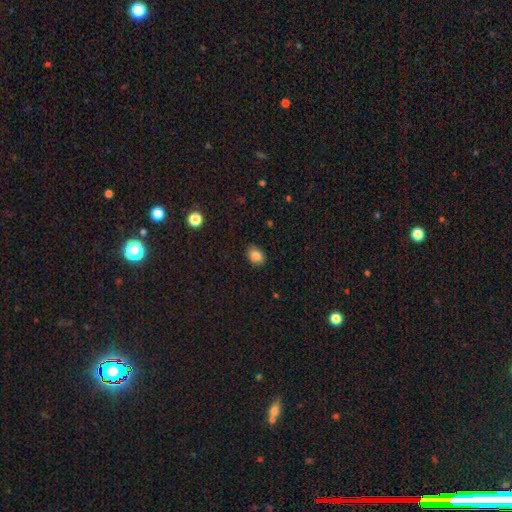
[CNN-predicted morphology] This appears to be a smooth galaxy with no disk features (85%) that is in between round and cigar-shaped (70%). Merging: none (83%).